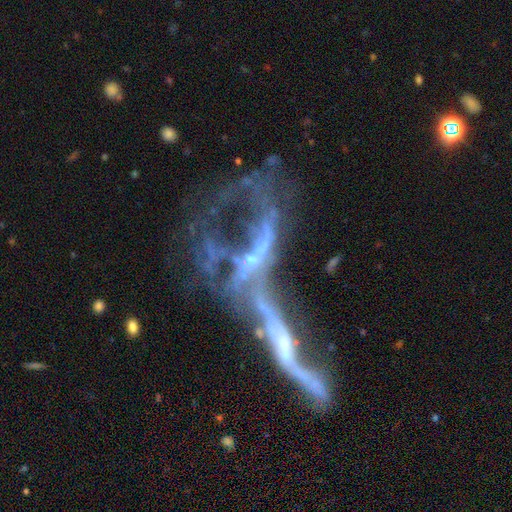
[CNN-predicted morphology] A featured or disk galaxy (69%) with no bar (68%), no spiral arms (62%) and no central bulge (43%). Merging: merger (61%).